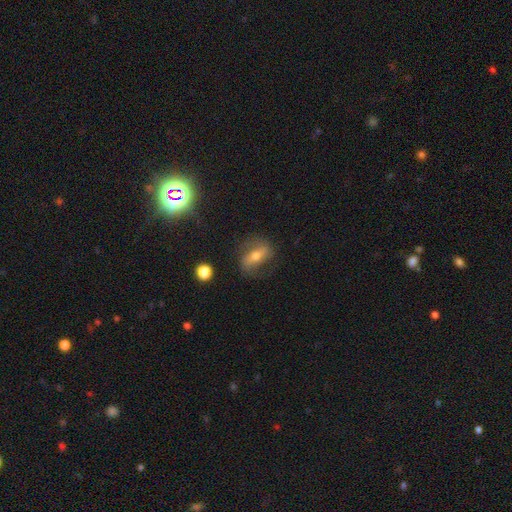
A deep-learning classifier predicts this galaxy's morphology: Smooth or featured? Predicted: featured or disk (p=0.55). Edge-on disk? Predicted: no (p=0.82). Merging? Predicted: none (p=0.71).